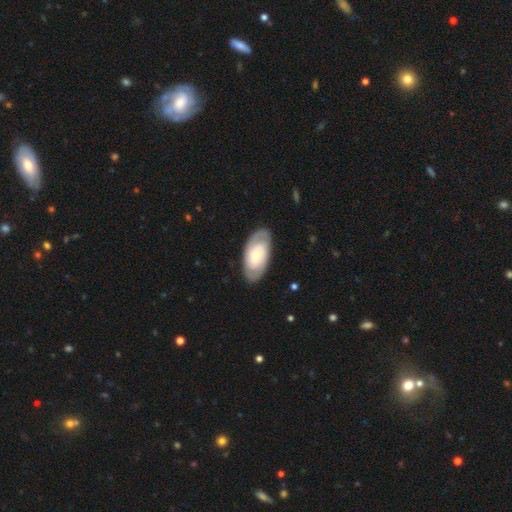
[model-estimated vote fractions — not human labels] Overall: featured or disk (66%; smooth 29%). Edge-on disk: no (93%). Bar: no (69%). Spiral arms: yes (77%). Bulge size: small (58%; moderate 34%). Merging: none (83%).